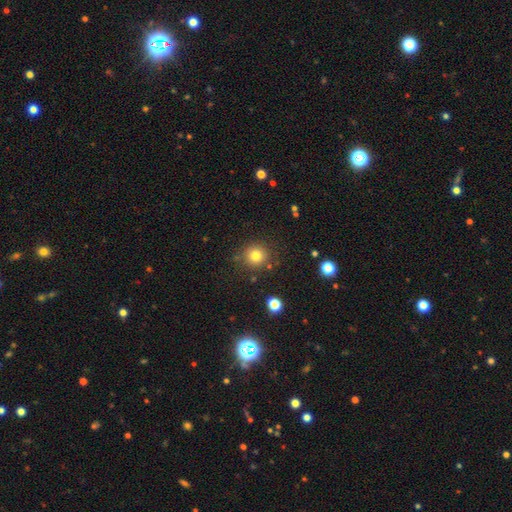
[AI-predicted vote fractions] smooth-or-featured: smooth: 79% | star or artifact: 13% | featured or disk: 8%
  how-rounded: round: 91% | in between: 8% | cigar-shaped: 1%
  merging: none: 84% | minor disturbance: 9% | merger: 3% | major disturbance: 3%